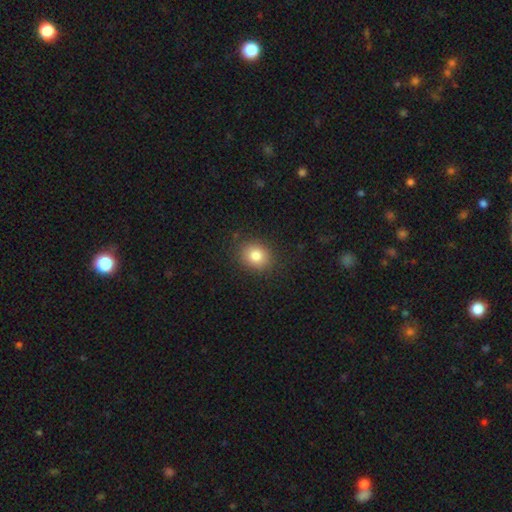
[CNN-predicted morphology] type=smooth (81%); roundness=round (67%); merging=none (87%).